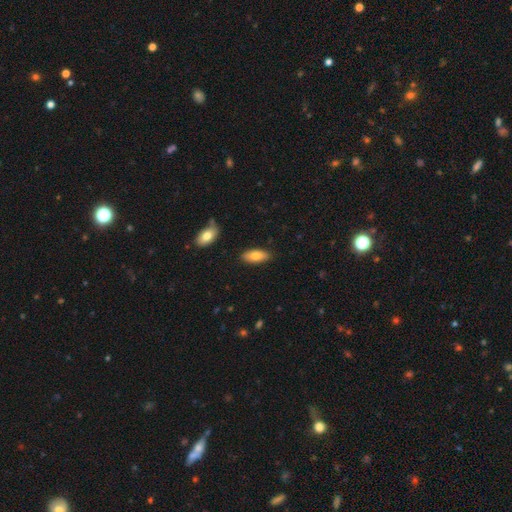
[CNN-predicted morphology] Q: Smooth or featured?
A: smooth (79%); runner-up: featured or disk (15%)
Q: How rounded?
A: in between (84%); runner-up: cigar-shaped (14%)
Q: Merging?
A: none (86%); runner-up: minor disturbance (10%)